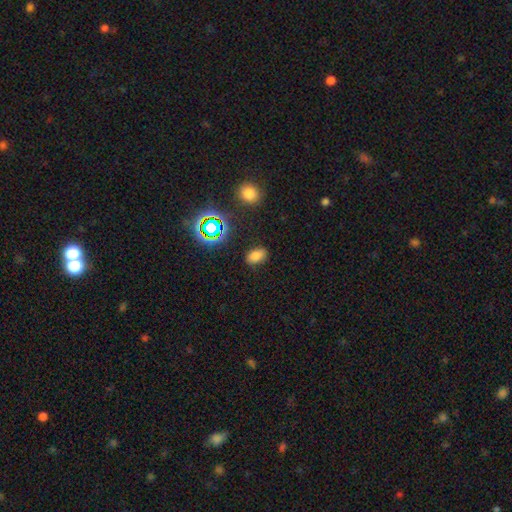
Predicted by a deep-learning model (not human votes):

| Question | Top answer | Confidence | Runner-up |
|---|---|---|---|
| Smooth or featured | smooth | 73% | star or artifact (20%) |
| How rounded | in between | 87% | round (11%) |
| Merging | none | 85% | minor disturbance (10%) |